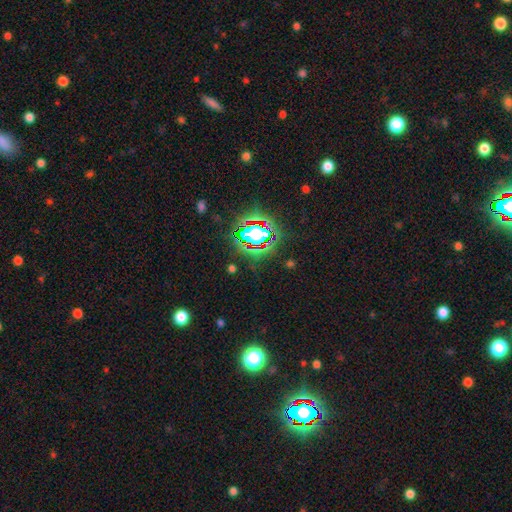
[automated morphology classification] This appears to be a star or artifact, not a galaxy (81%).